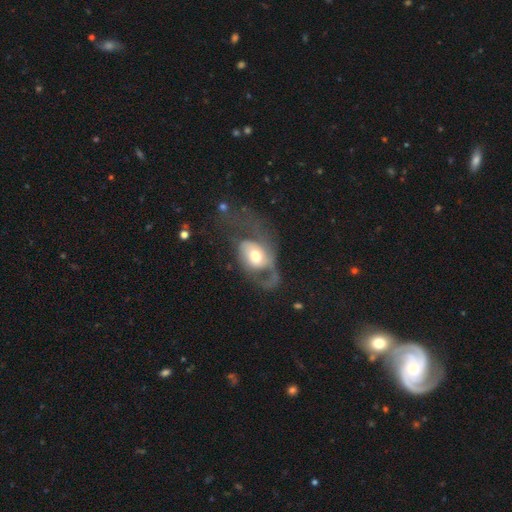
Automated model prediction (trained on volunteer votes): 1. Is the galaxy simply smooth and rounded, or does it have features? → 51% featured or disk, 42% smooth, 7% star or artifact.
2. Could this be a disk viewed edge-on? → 94% no, 6% yes.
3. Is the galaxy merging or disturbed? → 59% major disturbance, 21% none, 16% minor disturbance, 4% merger.